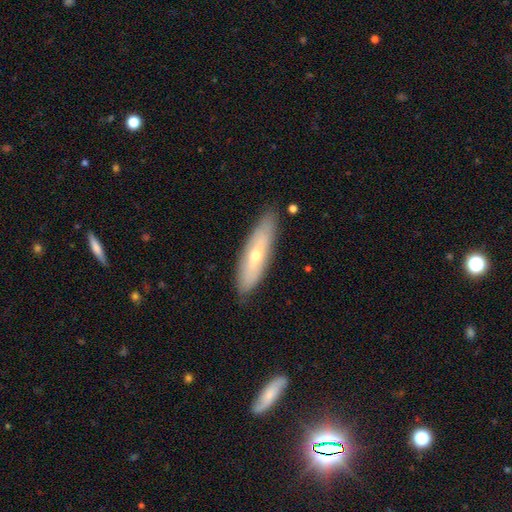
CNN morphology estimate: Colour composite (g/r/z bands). It shows a smooth galaxy with no disk features (50%). Merging: none (84%).